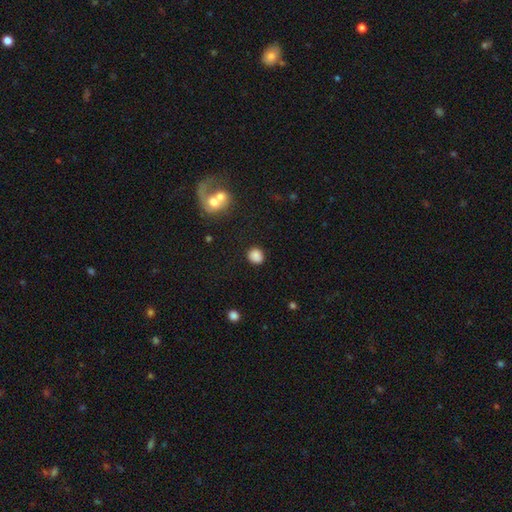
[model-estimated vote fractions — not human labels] smooth-or-featured: smooth: 84% | star or artifact: 11% | featured or disk: 6%
  how-rounded: round: 82% | in between: 17% | cigar-shaped: 1%
  merging: none: 81% | minor disturbance: 11% | merger: 4% | major disturbance: 3%